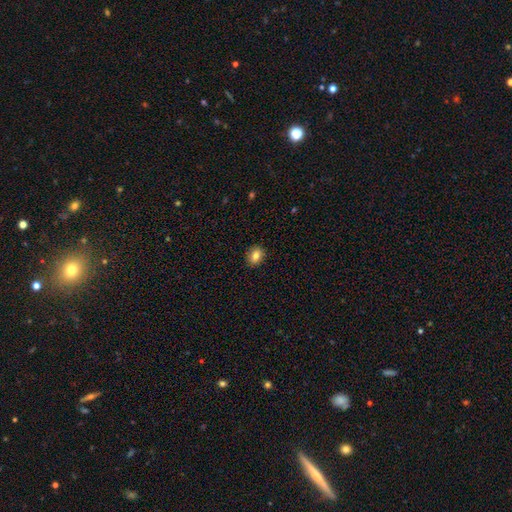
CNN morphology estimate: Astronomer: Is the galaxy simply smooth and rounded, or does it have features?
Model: smooth — 82%.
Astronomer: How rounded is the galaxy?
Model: in between — 52% (runner-up: round, 47%).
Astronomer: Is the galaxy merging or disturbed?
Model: none — 89%.